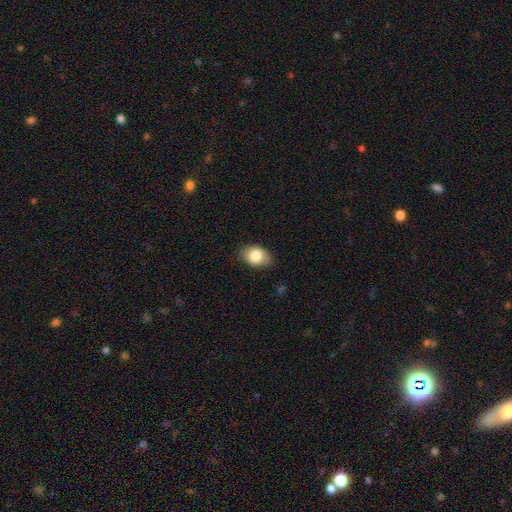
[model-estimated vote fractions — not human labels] A smooth galaxy with no disk features (83%) that is in between round and cigar-shaped (80%).

Vote fractions:
- Smooth or featured? smooth: 83% / featured or disk: 10% / star or artifact: 7%
- How rounded? in between: 80% / round: 19% / cigar-shaped: 1%
- Merging? none: 82% / minor disturbance: 15% / major disturbance: 3% / merger: 1%